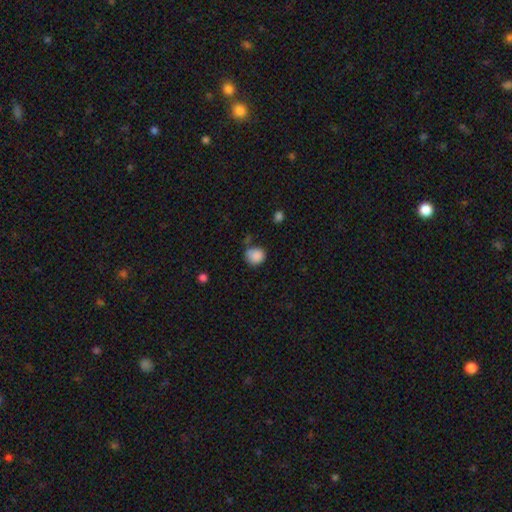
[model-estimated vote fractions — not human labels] A smooth galaxy with no disk features (87%) that is round (80%). Merging: none (62%).